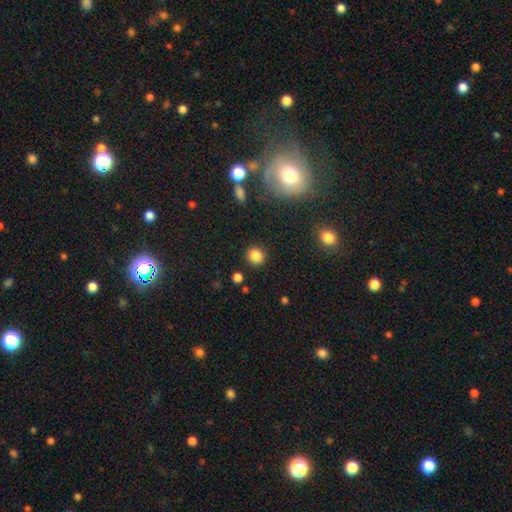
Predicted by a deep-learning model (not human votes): smooth 83%, star or artifact 12%, featured or disk 5%. Down the decision tree: how rounded — round (85%); merging — none (89%).